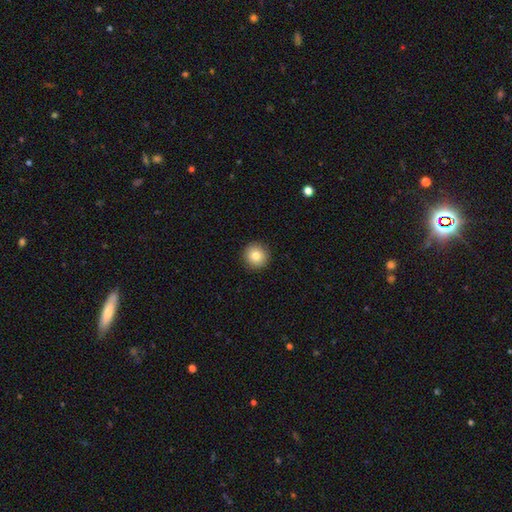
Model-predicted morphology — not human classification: Smooth or featured? smooth (81%)
How rounded? round (95%)
Merging? none (92%)